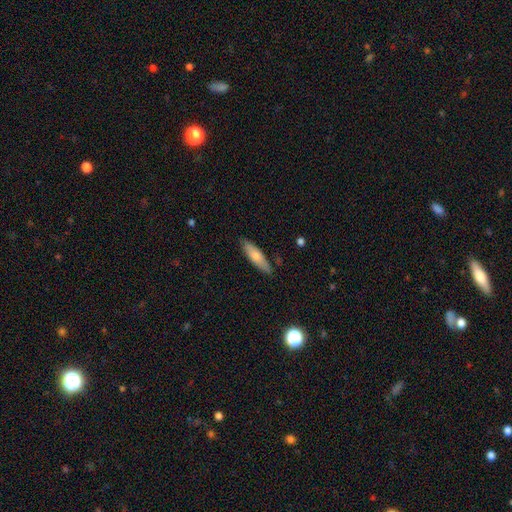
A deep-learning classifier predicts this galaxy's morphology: Overall: smooth (71%). How rounded: cigar-shaped (58%; in between 40%). Merging: none (84%).